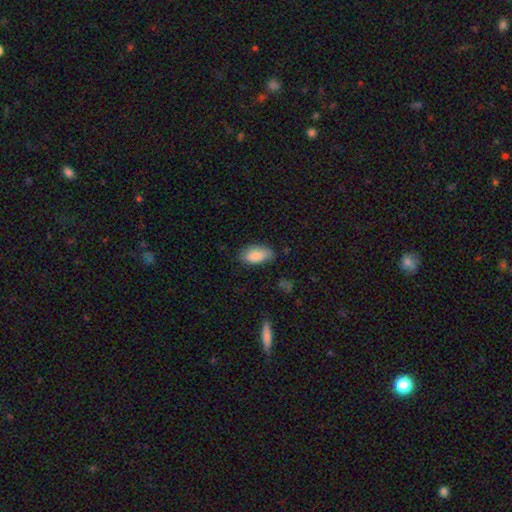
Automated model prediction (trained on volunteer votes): Smooth or featured?
  - smooth: 83% *
  - featured or disk: 10%
  - star or artifact: 7%
How rounded?
  - in between: 94% *
  - round: 4%
  - cigar-shaped: 3%
Merging?
  - none: 71% *
  - minor disturbance: 23%
  - major disturbance: 4%
  - merger: 1%